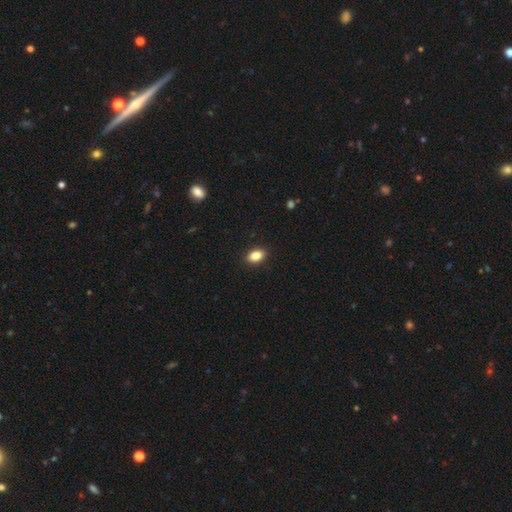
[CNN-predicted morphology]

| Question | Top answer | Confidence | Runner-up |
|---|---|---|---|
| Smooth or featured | smooth | 86% | star or artifact (8%) |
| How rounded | in between | 88% | round (10%) |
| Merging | none | 90% | minor disturbance (7%) |